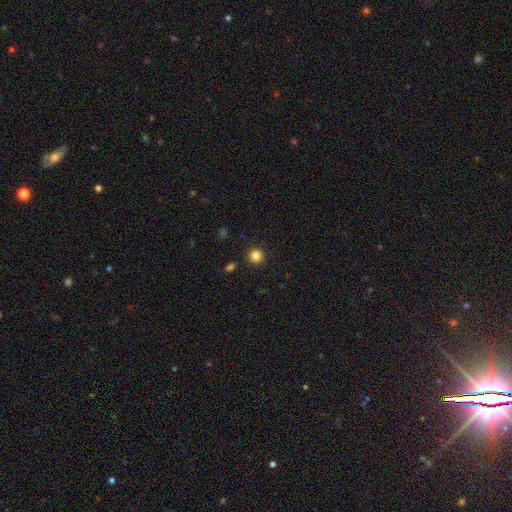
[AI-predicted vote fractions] A smooth galaxy with no disk features (84%) that is round (95%).

Vote fractions:
- Smooth or featured? smooth: 84% / star or artifact: 12% / featured or disk: 4%
- How rounded? round: 95% / in between: 4% / cigar-shaped: 1%
- Merging? none: 92% / minor disturbance: 5% / major disturbance: 2% / merger: 1%